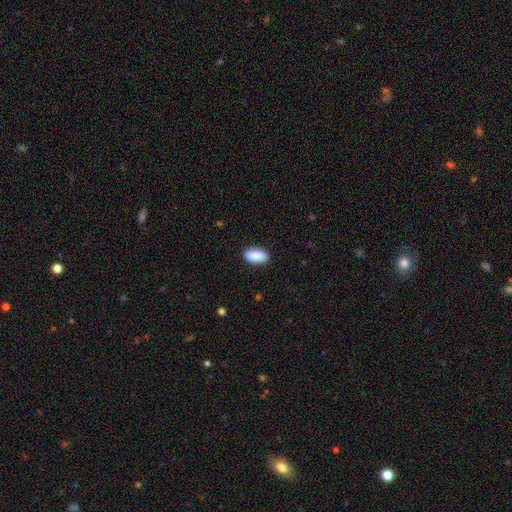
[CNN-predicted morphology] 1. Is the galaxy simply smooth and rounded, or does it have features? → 89% smooth, 6% star or artifact, 5% featured or disk.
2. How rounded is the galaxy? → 93% in between, 4% cigar-shaped, 3% round.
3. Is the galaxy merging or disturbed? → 89% none, 8% minor disturbance, 2% major disturbance, 1% merger.